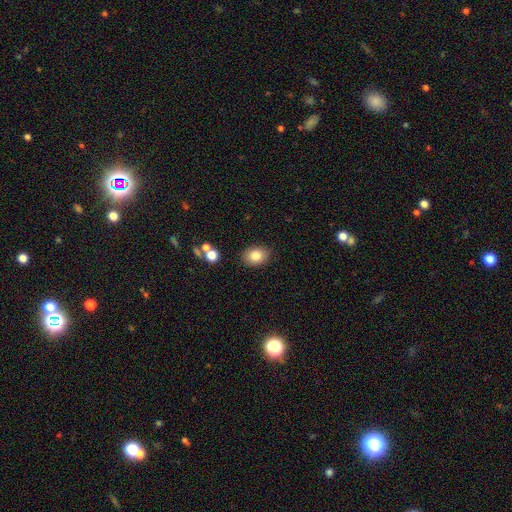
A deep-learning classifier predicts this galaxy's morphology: This appears to be a smooth galaxy with no disk features (82%) that is in between round and cigar-shaped (66%). Merging: none (86%).